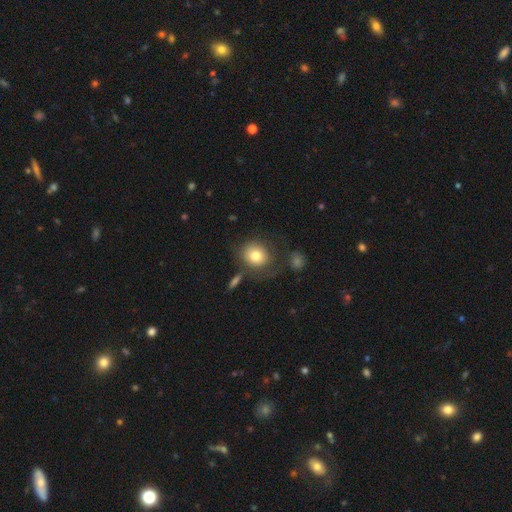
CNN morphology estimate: Smooth or featured? Predicted: smooth (p=0.79). How rounded? Predicted: round (p=0.82). Merging? Predicted: none (p=0.63).